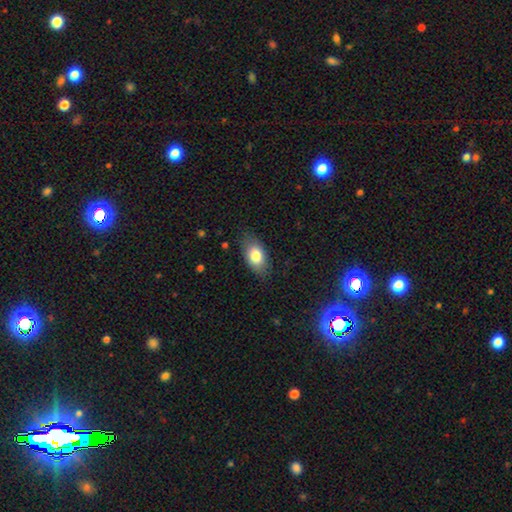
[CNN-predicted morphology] Smooth or featured: smooth — 80% (featured or disk — 12%)
How rounded: in between — 90% (round — 7%)
Merging: none — 79% (minor disturbance — 16%)